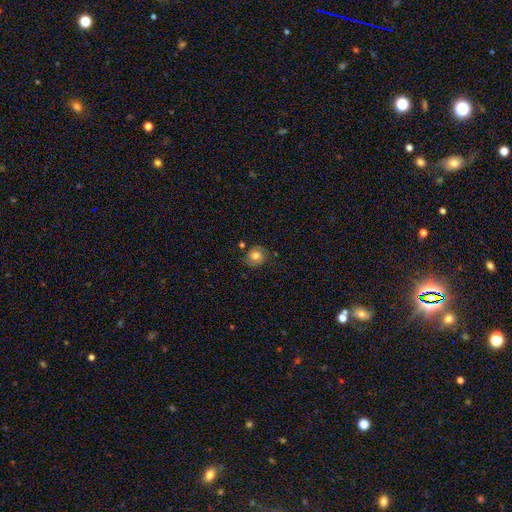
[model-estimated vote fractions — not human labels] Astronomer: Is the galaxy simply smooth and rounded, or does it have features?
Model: smooth — 73%.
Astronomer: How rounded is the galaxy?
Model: round — 76%.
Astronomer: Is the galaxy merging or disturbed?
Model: none — 75%.